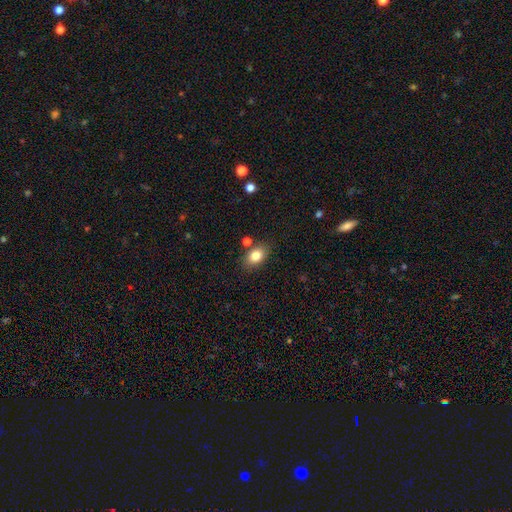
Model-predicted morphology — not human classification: This appears to be a smooth galaxy with no disk features (82%) that is in between round and cigar-shaped (79%). Merging: none (79%).